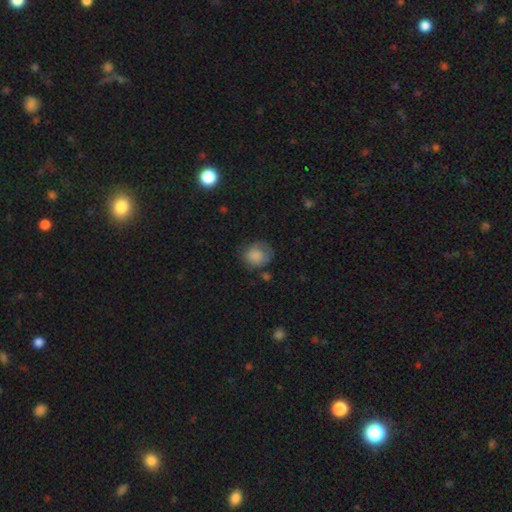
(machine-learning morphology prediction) smooth_or_featured: smooth (p=0.81) [alt: featured or disk p=0.10]
how_rounded: round (p=0.75) [alt: in between p=0.24]
merging: none (p=0.57) [alt: minor disturbance p=0.27]